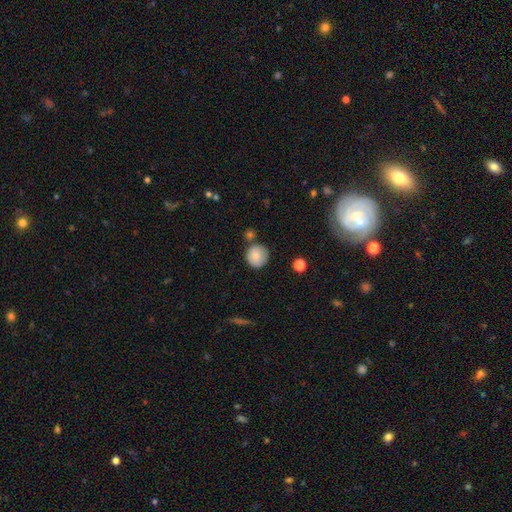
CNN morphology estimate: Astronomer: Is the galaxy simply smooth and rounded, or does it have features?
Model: smooth — 82%.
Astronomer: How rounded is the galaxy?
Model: round — 92%.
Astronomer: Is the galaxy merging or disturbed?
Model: none — 74%.